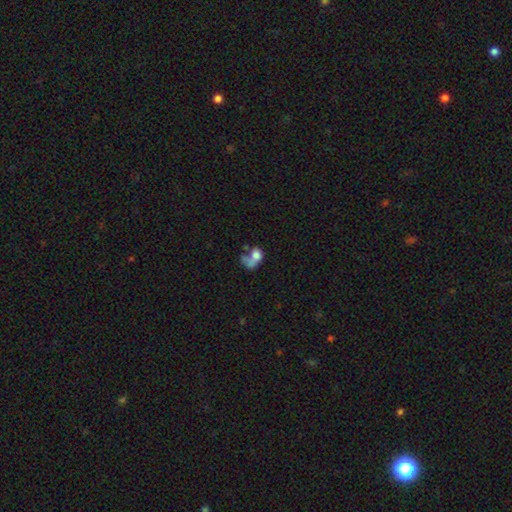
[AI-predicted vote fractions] This is possibly a smooth galaxy (58%). How rounded: possibly in between (60%). Merging: marginally major disturbance (39%).